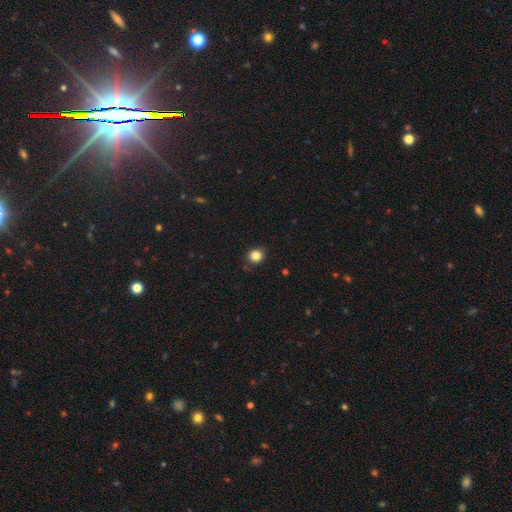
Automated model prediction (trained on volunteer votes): smooth-or-featured: smooth: 84% | star or artifact: 12% | featured or disk: 4%
  how-rounded: round: 86% | in between: 13% | cigar-shaped: 1%
  merging: none: 89% | minor disturbance: 8% | major disturbance: 2% | merger: 1%